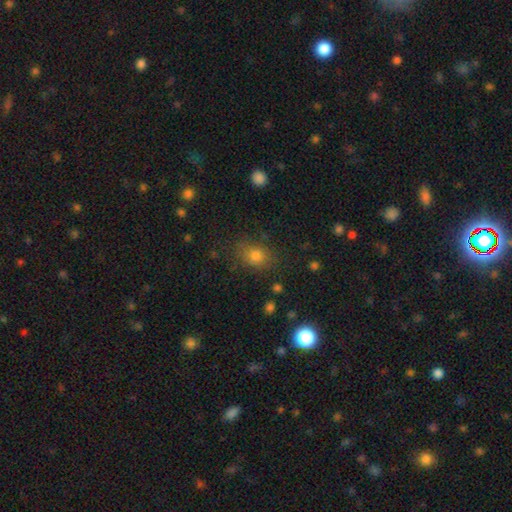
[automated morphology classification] Q: Smooth or featured?
A: smooth (78%); runner-up: star or artifact (15%)
Q: How rounded?
A: in between (50%); runner-up: round (48%)
Q: Merging?
A: none (78%); runner-up: minor disturbance (14%)